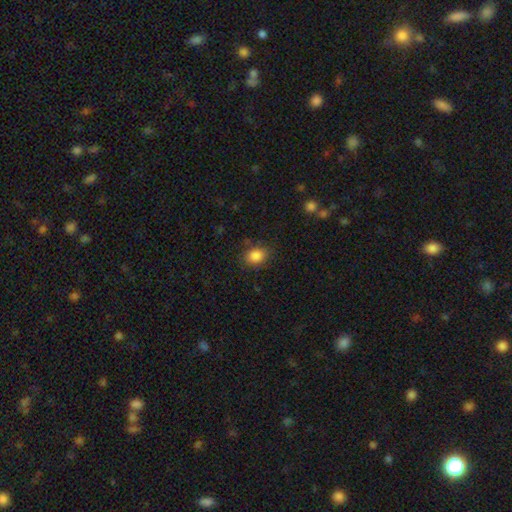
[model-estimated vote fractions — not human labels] A smooth galaxy with no disk features (86%) that is in between round and cigar-shaped (56%). Merging: none (80%).